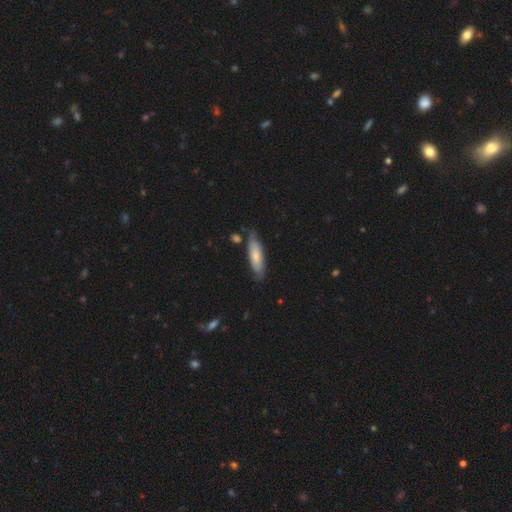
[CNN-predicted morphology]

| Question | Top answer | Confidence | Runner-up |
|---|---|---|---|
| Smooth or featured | smooth | 65% | featured or disk (30%) |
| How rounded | cigar-shaped | 56% | in between (42%) |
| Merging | none | 70% | minor disturbance (21%) |